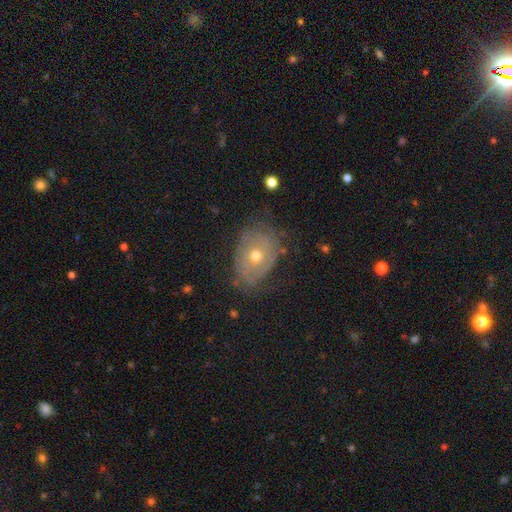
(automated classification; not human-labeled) This appears to be a featured or disk galaxy (67%) with no bar (85%), spiral arms (68%) and a moderate central bulge (65%). Merging: none (64%).